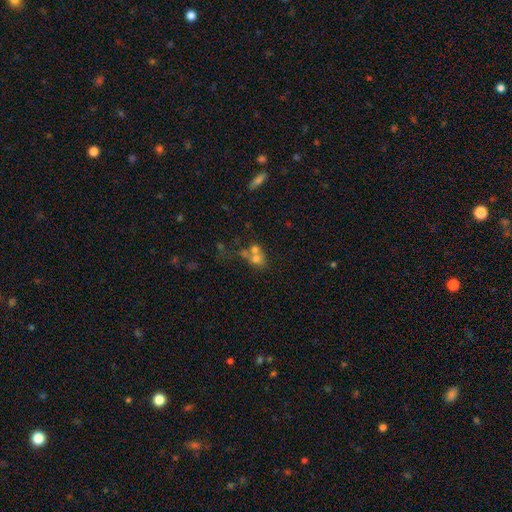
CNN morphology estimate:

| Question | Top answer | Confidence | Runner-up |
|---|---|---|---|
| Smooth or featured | smooth | 60% | featured or disk (25%) |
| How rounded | round | 62% | in between (36%) |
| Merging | merger | 60% | none (26%) |